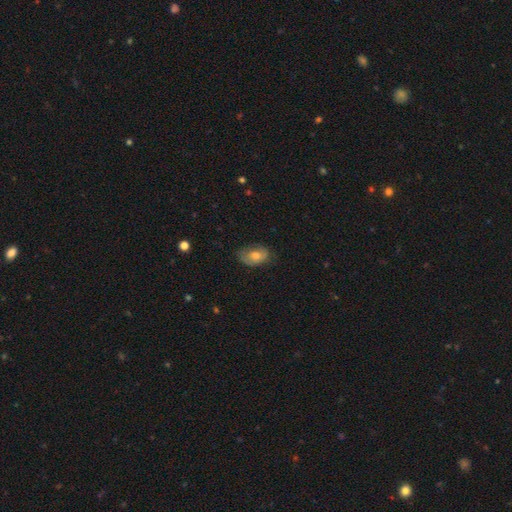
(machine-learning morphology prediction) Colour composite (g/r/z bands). It shows a smooth galaxy with no disk features (59%) that is in between round and cigar-shaped (88%). Merging: none (66%).